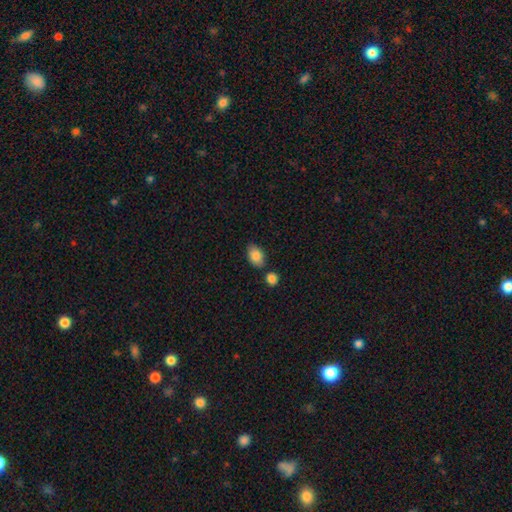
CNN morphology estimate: This is clearly a smooth galaxy (85%). How rounded: clearly in between (88%). Merging: likely none (72%).